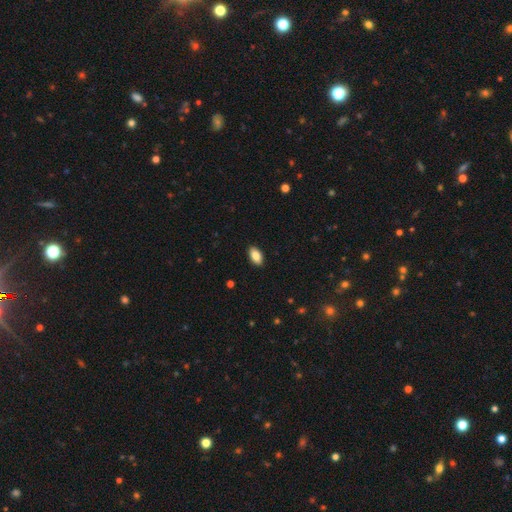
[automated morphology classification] Smooth or featured?
  - smooth: 86% *
  - star or artifact: 7%
  - featured or disk: 7%
How rounded?
  - in between: 93% *
  - round: 4%
  - cigar-shaped: 3%
Merging?
  - none: 90% *
  - minor disturbance: 7%
  - major disturbance: 2%
  - merger: 1%